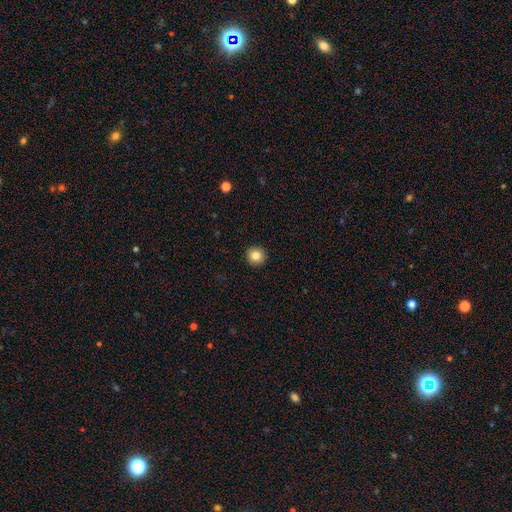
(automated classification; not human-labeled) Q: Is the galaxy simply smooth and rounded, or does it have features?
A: smooth — 84%.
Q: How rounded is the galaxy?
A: round — 96%.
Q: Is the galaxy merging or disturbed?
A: none — 94%.